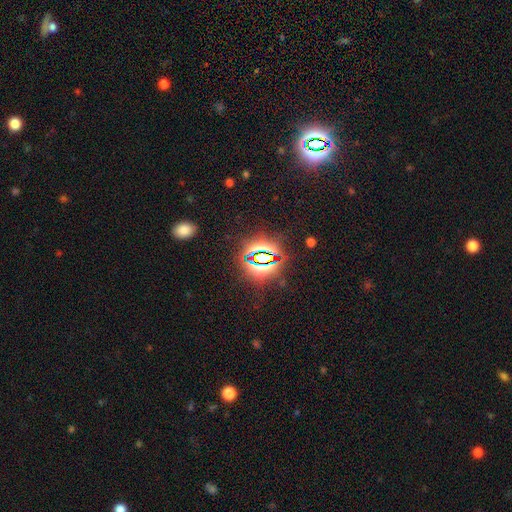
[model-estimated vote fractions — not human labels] This is likely a star or artifact rather than a galaxy (79%).